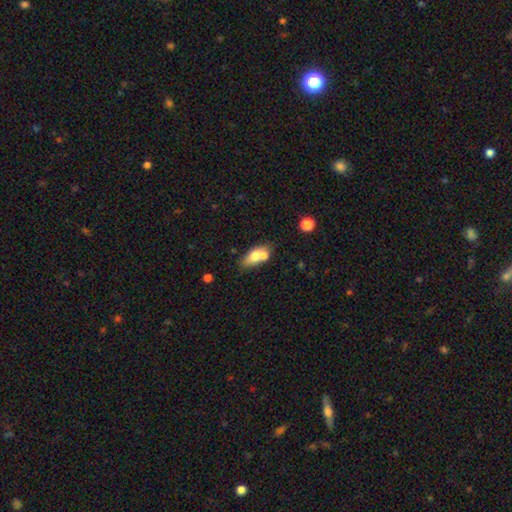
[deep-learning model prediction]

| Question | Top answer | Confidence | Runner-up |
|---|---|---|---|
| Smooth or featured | smooth | 68% | featured or disk (24%) |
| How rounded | in between | 80% | cigar-shaped (11%) |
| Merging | none | 44% | merger (39%) |